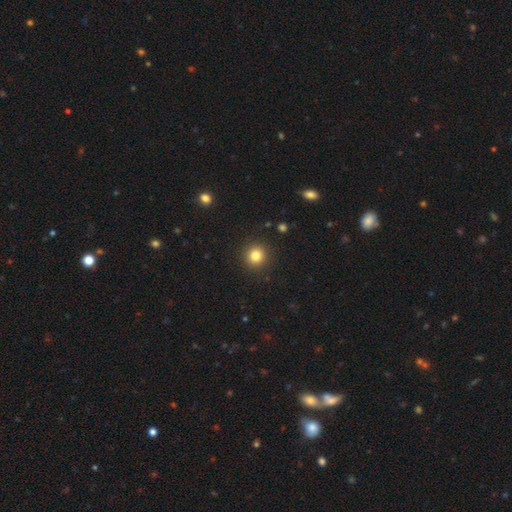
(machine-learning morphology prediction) smooth 82%, star or artifact 12%, featured or disk 6%. Down the decision tree: how rounded — round (93%); merging — none (91%).